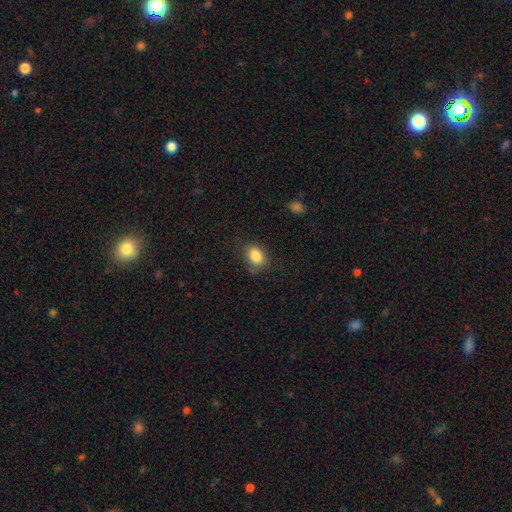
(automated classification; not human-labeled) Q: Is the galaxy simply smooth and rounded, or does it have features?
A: smooth — 85%.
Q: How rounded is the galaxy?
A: in between — 66%.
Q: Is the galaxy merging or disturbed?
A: none — 75%.